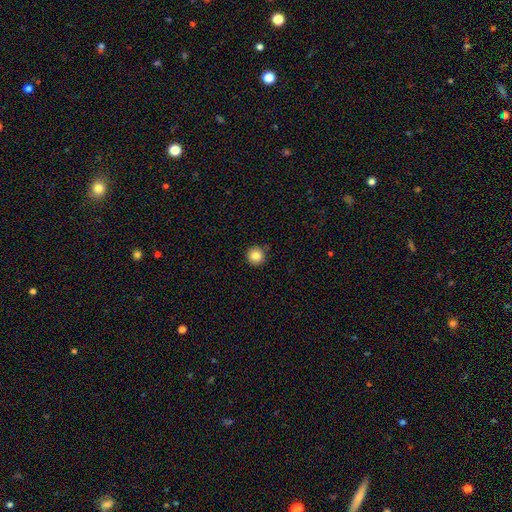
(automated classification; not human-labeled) Smooth or featured? Predicted: smooth (p=0.84). How rounded? Predicted: round (p=0.95). Merging? Predicted: none (p=0.87).